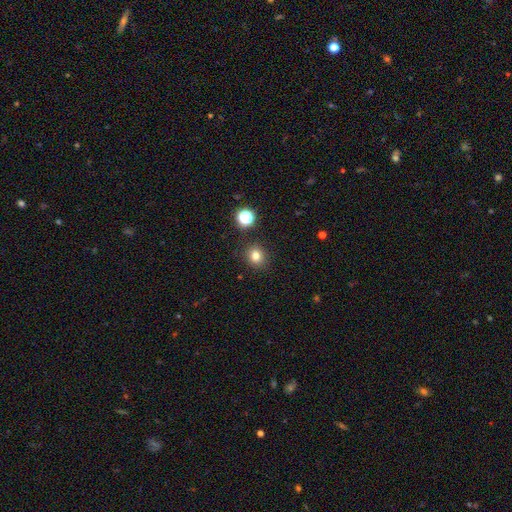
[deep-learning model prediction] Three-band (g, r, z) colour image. It shows a smooth galaxy with no disk features (78%) that is round (83%). Merging: none (89%).